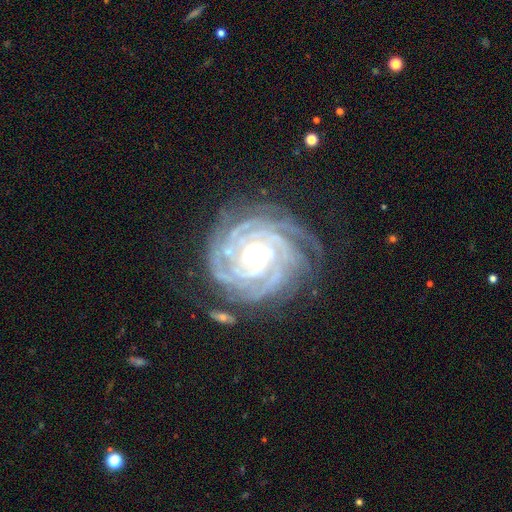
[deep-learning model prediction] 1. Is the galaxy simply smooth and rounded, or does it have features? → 92% featured or disk, 5% star or artifact, 4% smooth.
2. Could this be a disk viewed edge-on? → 97% no, 3% yes.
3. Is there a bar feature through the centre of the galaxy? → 62% no, 24% weak, 13% strong.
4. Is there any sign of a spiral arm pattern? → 98% yes, 2% no.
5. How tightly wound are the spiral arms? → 84% tight, 14% medium, 2% loose.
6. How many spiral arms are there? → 26% 4, 21% more than 4, 19% can't tell, 18% 3, 10% 2, 8% 1.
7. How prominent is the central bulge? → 67% moderate, 24% small, 7% large, 1% none, 1% dominant.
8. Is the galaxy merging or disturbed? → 74% none, 17% minor disturbance, 6% major disturbance, 2% merger.